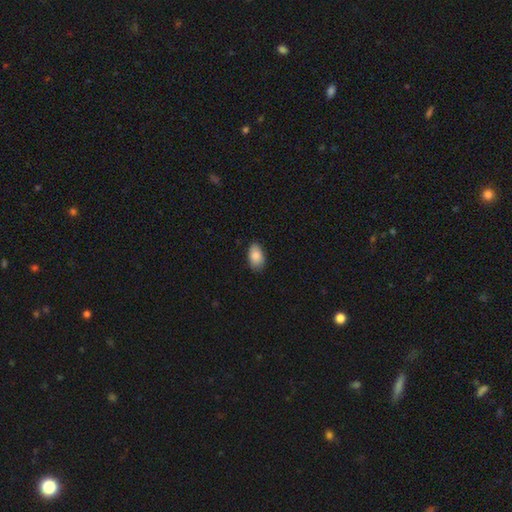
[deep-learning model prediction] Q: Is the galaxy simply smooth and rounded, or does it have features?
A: smooth — 86%.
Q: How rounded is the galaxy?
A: in between — 93%.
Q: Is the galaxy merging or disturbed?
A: none — 79%.